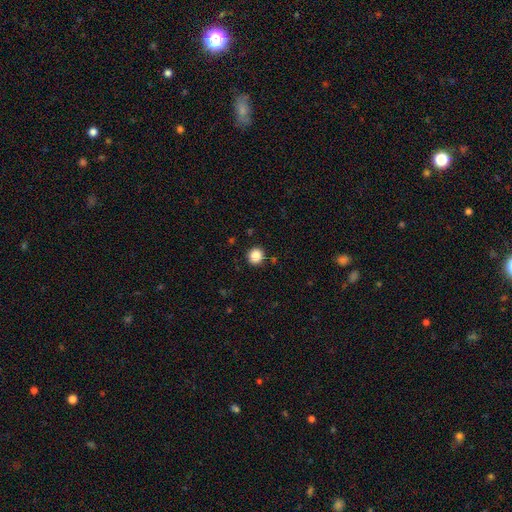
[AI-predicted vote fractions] smooth 86%, star or artifact 10%, featured or disk 4%. Down the decision tree: how rounded — round (91%); merging — none (91%).